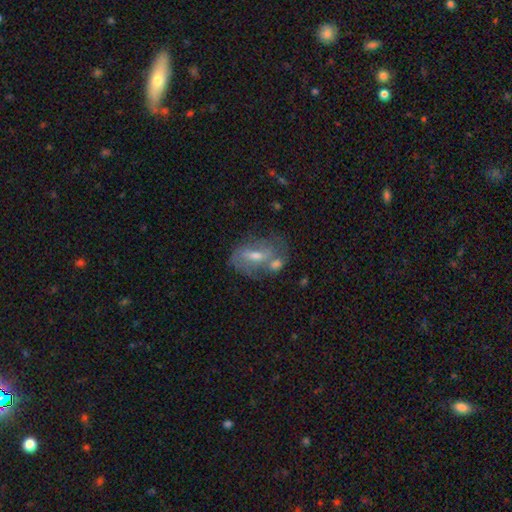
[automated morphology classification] smooth-or-featured: featured or disk: 59% | smooth: 28% | star or artifact: 13%
  disk-edge-on: no: 89% | yes: 11%
    bar: weak: 44% | no: 31% | strong: 25%
    has-spiral-arms: yes: 55% | no: 45%
    bulge-size: moderate: 56% | small: 36% | large: 4% | none: 3% | dominant: 1%
  merging: none: 45% | merger: 28% | minor disturbance: 17% | major disturbance: 10%